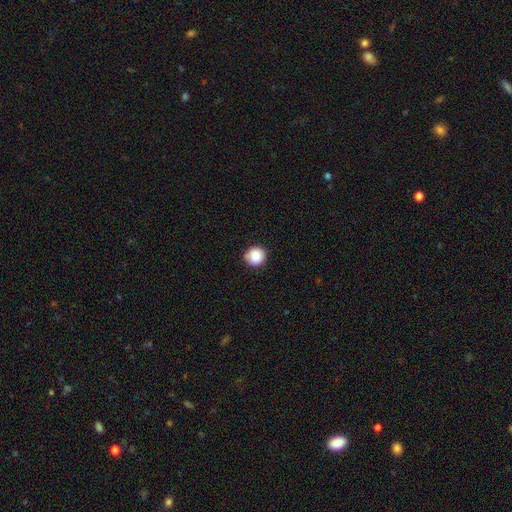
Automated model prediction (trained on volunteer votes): This appears to be a smooth galaxy with no disk features (86%) that is round (92%). Merging: none (87%).